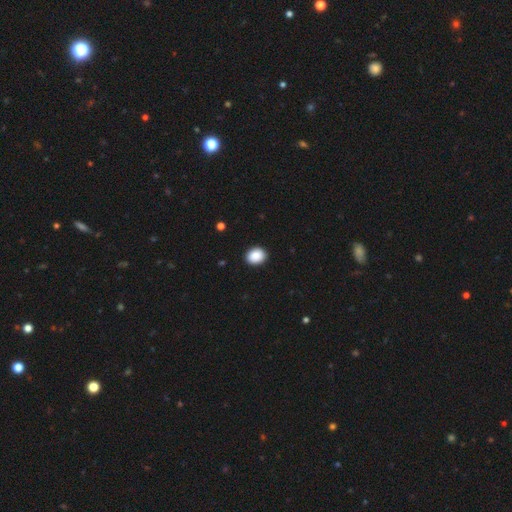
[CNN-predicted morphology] smooth 88%, star or artifact 8%, featured or disk 4%. Down the decision tree: how rounded — round (50%); merging — none (91%).